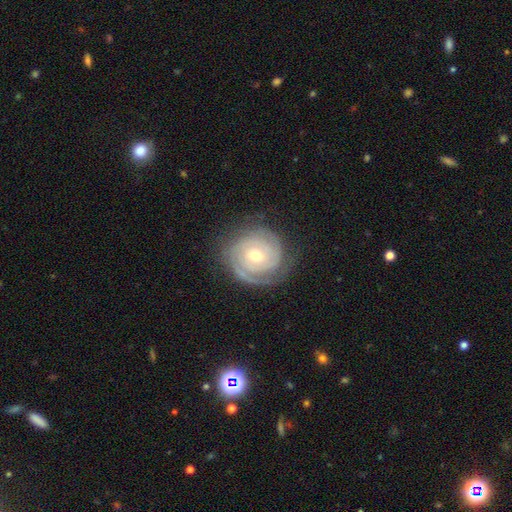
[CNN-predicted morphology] A featured or disk galaxy (85%) with no bar (73%), 2 (38%) tight (82%) spiral arms (96%) and a moderate central bulge (57%). Merging: none (79%).